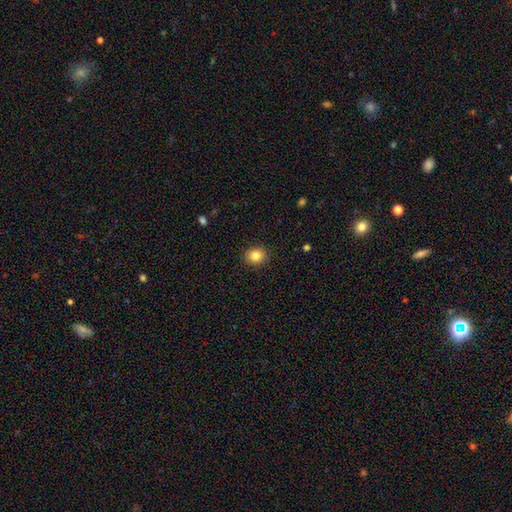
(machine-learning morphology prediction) Overall: smooth (83%). How rounded: round (68%; in between 31%). Merging: none (91%).